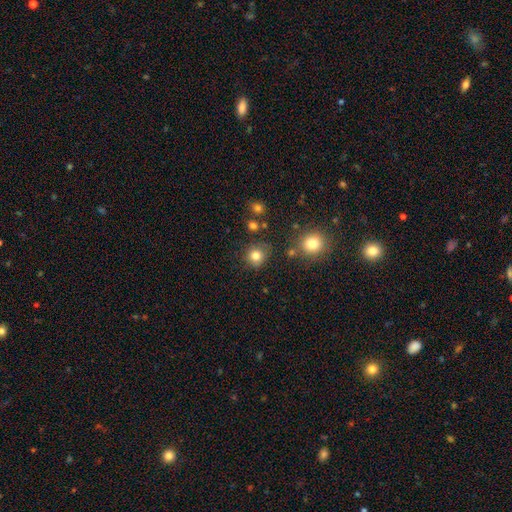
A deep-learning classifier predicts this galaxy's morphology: smooth-or-featured: smooth: 81% | star or artifact: 13% | featured or disk: 6%
  how-rounded: round: 87% | in between: 12% | cigar-shaped: 1%
  merging: none: 78% | minor disturbance: 13% | merger: 5% | major disturbance: 4%